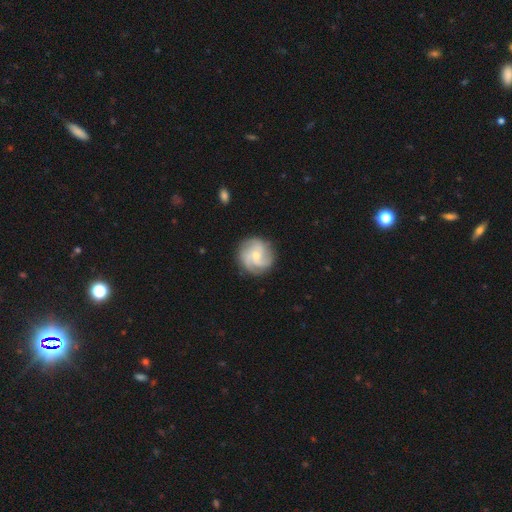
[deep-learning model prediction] A featured or disk galaxy (80%) with no bar (64%), 3 (53%) medium (45%) spiral arms (96%) and a small central bulge (55%).

Vote fractions:
- Smooth or featured? featured or disk: 80% / smooth: 15% / star or artifact: 5%
- Edge-on disk? no: 98% / yes: 2%
- Bar? no: 64% / weak: 31% / strong: 5%
- Spiral arms? yes: 96% / no: 4%
- Spiral winding? medium: 45% / tight: 39% / loose: 16%
- Spiral arm count? 3: 53% / 4: 14% / can't tell: 12% / 2: 11% / 1: 5% / more than 4: 5%
- Bulge size? small: 55% / moderate: 41% / large: 2% / none: 2% / dominant: 1%
- Merging? none: 83% / minor disturbance: 12% / major disturbance: 4% / merger: 1%